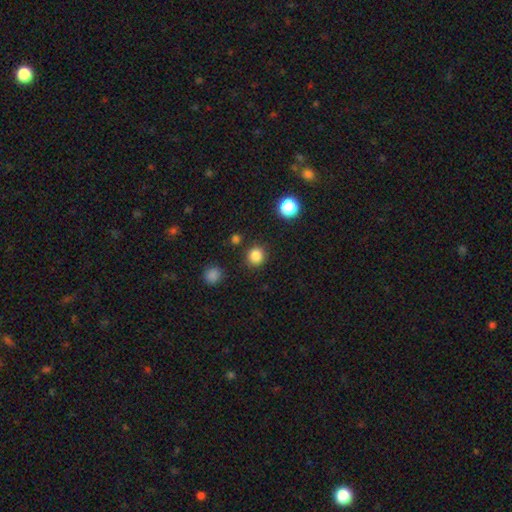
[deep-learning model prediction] Smooth or featured? Predicted: smooth (p=0.85). How rounded? Predicted: round (p=0.91). Merging? Predicted: none (p=0.89).